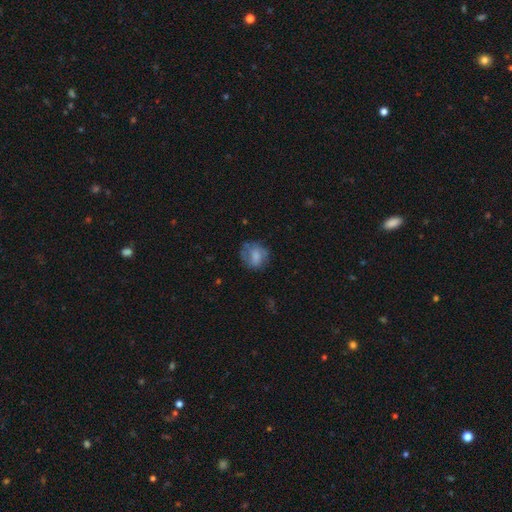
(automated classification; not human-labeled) Overall: smooth (65%; featured or disk 26%). How rounded: round (68%; in between 31%). Merging: none (59%; minor disturbance 25%).